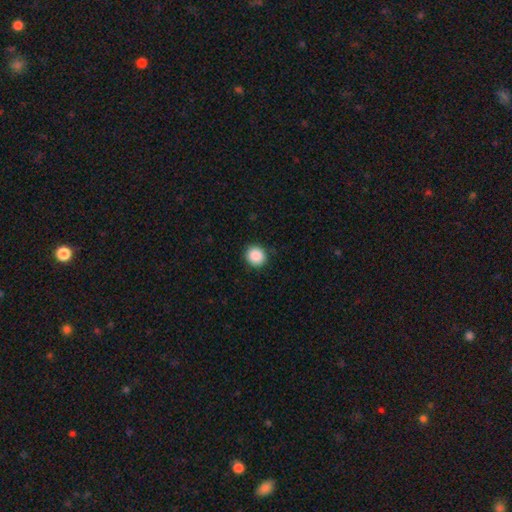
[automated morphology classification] Smooth or featured?
  - smooth: 89% *
  - star or artifact: 8%
  - featured or disk: 3%
How rounded?
  - round: 89% *
  - in between: 10%
  - cigar-shaped: 1%
Merging?
  - none: 90% *
  - minor disturbance: 7%
  - major disturbance: 2%
  - merger: 1%